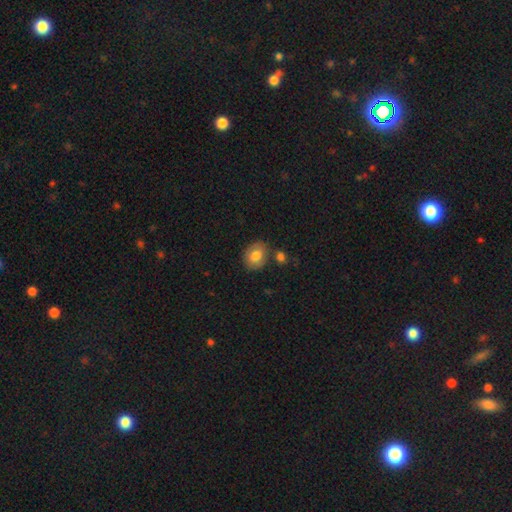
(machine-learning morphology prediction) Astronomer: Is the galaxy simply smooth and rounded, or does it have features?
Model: smooth — 79%.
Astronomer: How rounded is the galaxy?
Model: in between — 51% (runner-up: round, 48%).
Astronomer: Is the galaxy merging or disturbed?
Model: none — 74%.